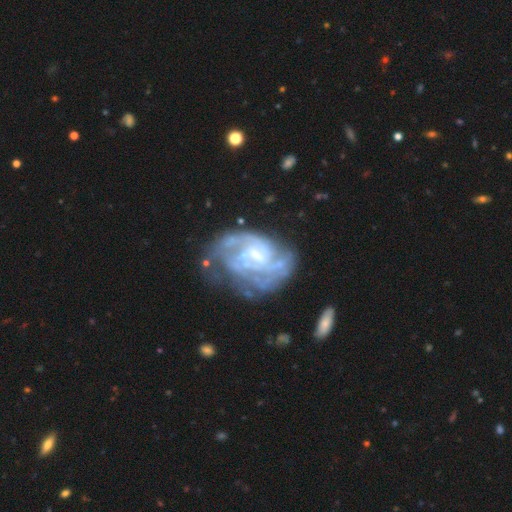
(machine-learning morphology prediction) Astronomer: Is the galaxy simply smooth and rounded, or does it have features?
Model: featured or disk — 84%.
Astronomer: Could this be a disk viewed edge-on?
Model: no — 98%.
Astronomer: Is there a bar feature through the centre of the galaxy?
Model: weak — 50% (runner-up: no, 36%).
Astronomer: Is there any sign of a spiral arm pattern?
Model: yes — 88%.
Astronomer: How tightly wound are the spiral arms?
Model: tight — 49% (runner-up: medium, 39%).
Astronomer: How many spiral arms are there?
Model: can't tell — 38% (runner-up: 2, 27%).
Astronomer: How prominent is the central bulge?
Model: small — 36% (runner-up: moderate, 30%).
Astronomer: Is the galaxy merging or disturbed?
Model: none — 49%.